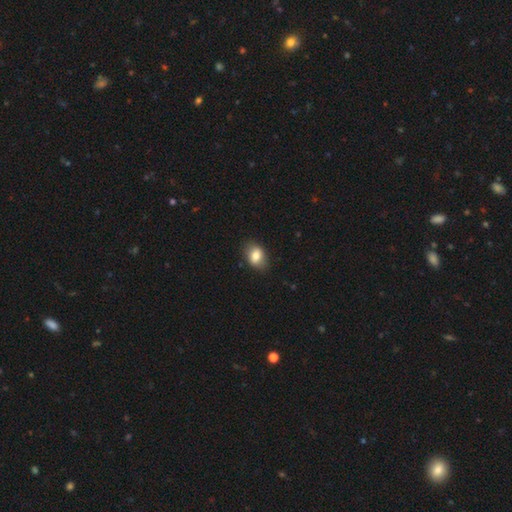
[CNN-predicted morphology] Smooth or featured? Predicted: smooth (p=0.80). How rounded? Predicted: in between (p=0.76). Merging? Predicted: none (p=0.82).